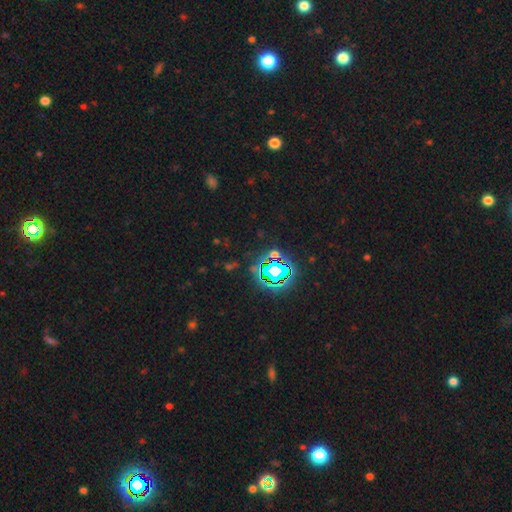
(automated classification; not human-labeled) smooth-or-featured: star or artifact: 80% | smooth: 12% | featured or disk: 7%